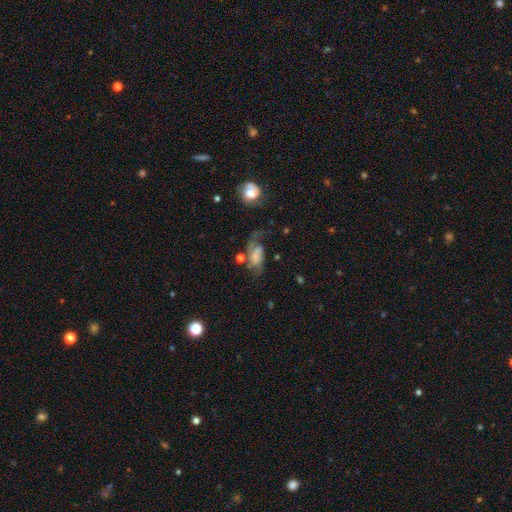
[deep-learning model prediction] Smooth or featured?
  - featured or disk: 48% *
  - smooth: 41%
  - star or artifact: 11%
Merging?
  - major disturbance: 36% *
  - none: 31%
  - minor disturbance: 23%
  - merger: 9%